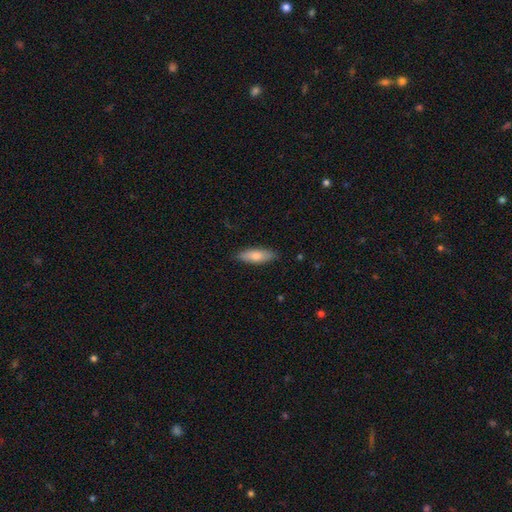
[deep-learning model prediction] smooth_or_featured: smooth (p=0.77) [alt: featured or disk p=0.17]
how_rounded: in between (p=0.62) [alt: cigar-shaped p=0.36]
merging: none (p=0.86) [alt: minor disturbance p=0.11]